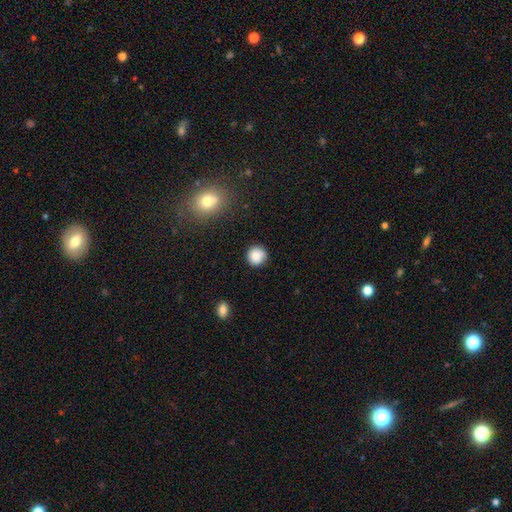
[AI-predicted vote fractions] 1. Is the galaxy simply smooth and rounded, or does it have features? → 84% smooth, 10% star or artifact, 6% featured or disk.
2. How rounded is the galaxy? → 93% round, 6% in between, 1% cigar-shaped.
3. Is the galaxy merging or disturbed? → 86% none, 10% minor disturbance, 2% major disturbance, 2% merger.